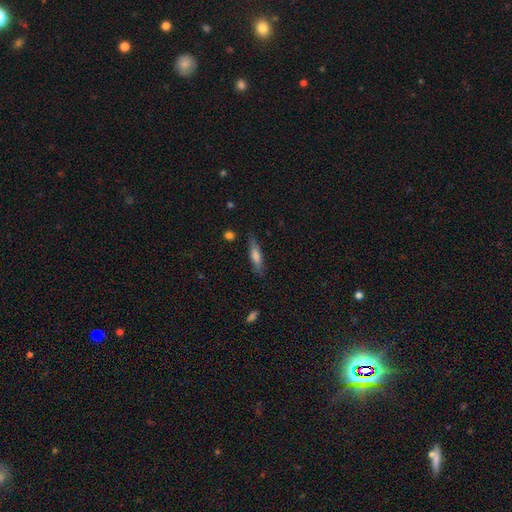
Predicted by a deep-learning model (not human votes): Q: Smooth or featured?
A: smooth (64%); runner-up: featured or disk (29%)
Q: How rounded?
A: cigar-shaped (72%); runner-up: in between (26%)
Q: Merging?
A: none (80%); runner-up: minor disturbance (15%)